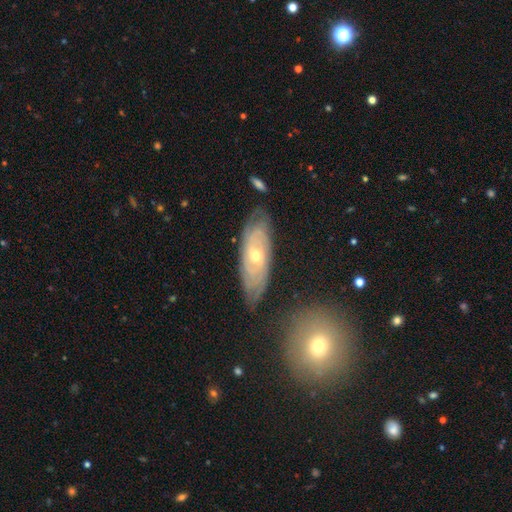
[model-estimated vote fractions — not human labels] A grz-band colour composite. It shows a featured or disk galaxy (74%) with no bar (75%), tight (73%) spiral arms (83%) and a small central bulge (55%). Merging: none (74%).